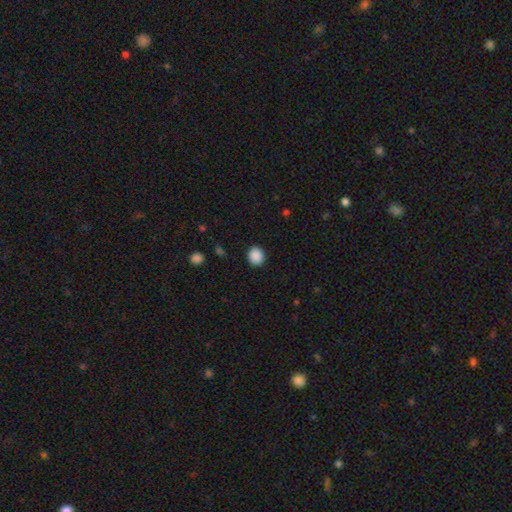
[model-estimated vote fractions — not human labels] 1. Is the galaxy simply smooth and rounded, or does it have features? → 89% smooth, 8% star or artifact, 3% featured or disk.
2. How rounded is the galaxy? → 76% round, 23% in between, 1% cigar-shaped.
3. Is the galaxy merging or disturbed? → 90% none, 7% minor disturbance, 2% major disturbance, 1% merger.